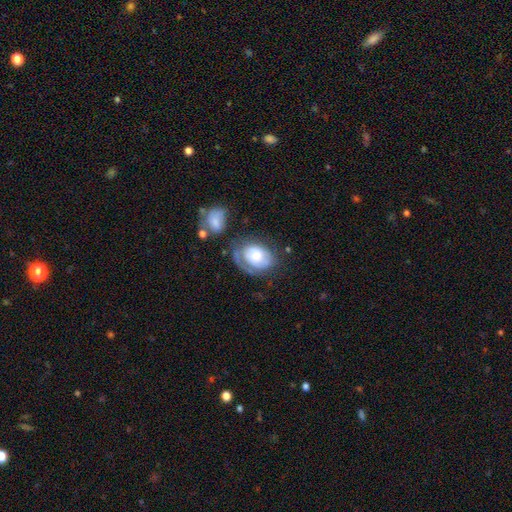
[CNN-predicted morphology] Smooth or featured: featured or disk — 47% (smooth — 46%)
Merging: none — 40% (minor disturbance — 26%)